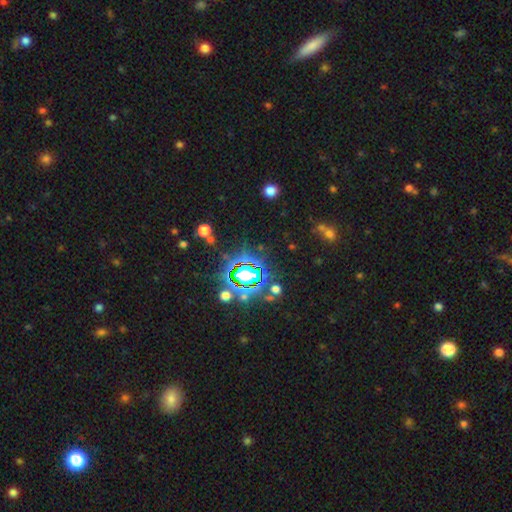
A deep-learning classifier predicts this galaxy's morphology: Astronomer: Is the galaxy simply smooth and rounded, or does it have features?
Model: star or artifact — 82%.